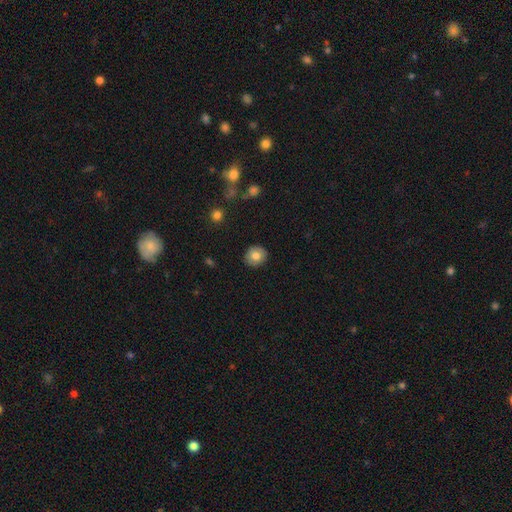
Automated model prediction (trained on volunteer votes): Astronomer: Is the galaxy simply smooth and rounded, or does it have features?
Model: smooth — 78%.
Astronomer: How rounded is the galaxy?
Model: round — 81%.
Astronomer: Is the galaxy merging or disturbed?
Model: none — 89%.